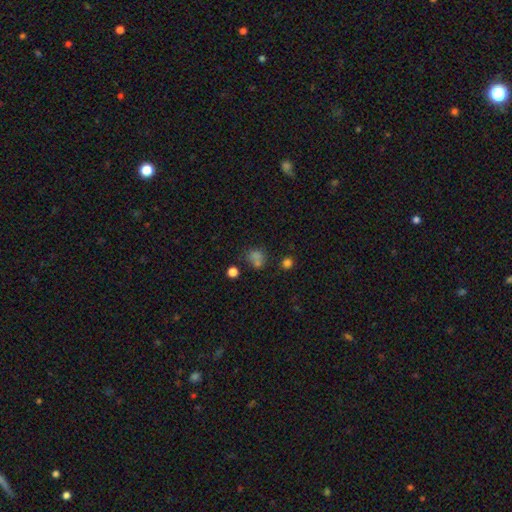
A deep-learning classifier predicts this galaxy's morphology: Smooth or featured? smooth (62%)
How rounded? round (72%)
Merging? none (55%)